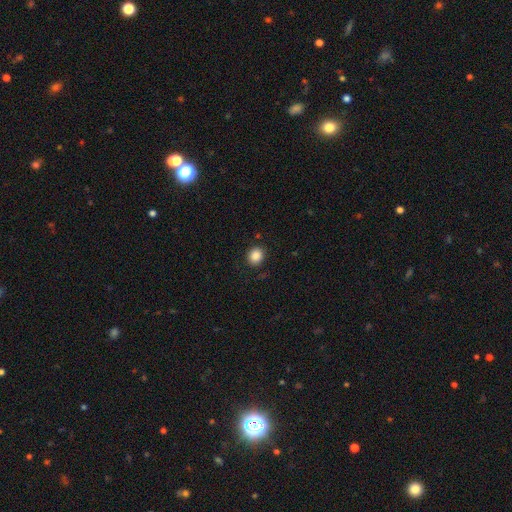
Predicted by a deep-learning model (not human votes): smooth-or-featured: smooth: 87% | star or artifact: 10% | featured or disk: 3%
  how-rounded: round: 77% | in between: 23% | cigar-shaped: 1%
  merging: none: 89% | minor disturbance: 8% | major disturbance: 3% | merger: 1%